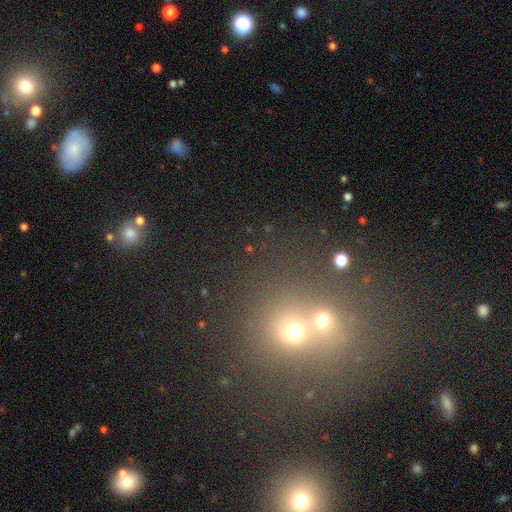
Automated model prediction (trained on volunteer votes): Smooth or featured? smooth (46%)
Merging? none (50%)